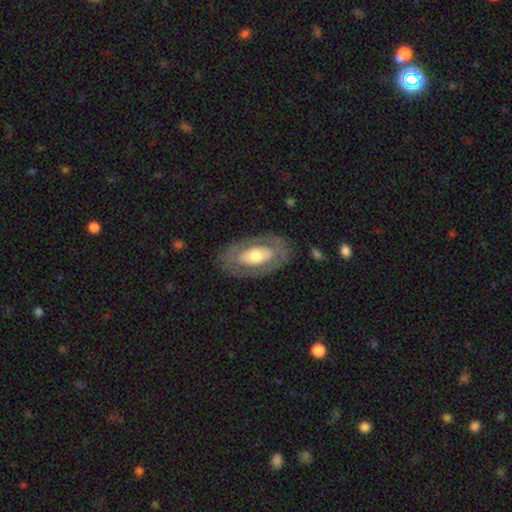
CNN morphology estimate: The model was most divided on "smooth or featured": featured or disk: 58%, smooth: 37%, star or artifact: 5%. More confident: edge-on disk — no (90%); merging — none (81%); spiral arms — no (79%); bar — no (78%); bulge size — moderate (60%).